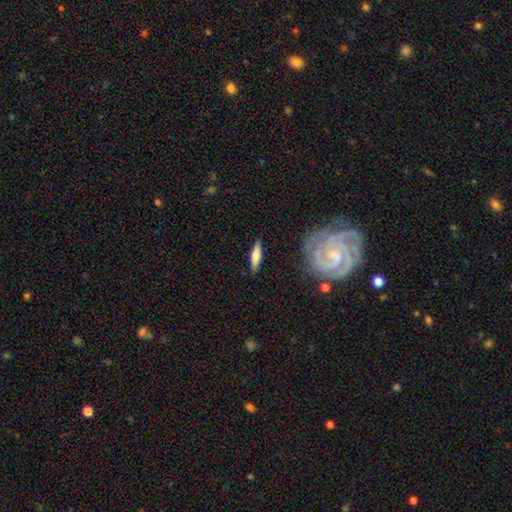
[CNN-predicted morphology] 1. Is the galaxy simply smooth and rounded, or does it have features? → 65% smooth, 29% featured or disk, 6% star or artifact.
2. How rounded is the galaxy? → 75% cigar-shaped, 23% in between, 2% round.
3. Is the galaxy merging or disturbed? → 86% none, 10% minor disturbance, 2% major disturbance, 2% merger.